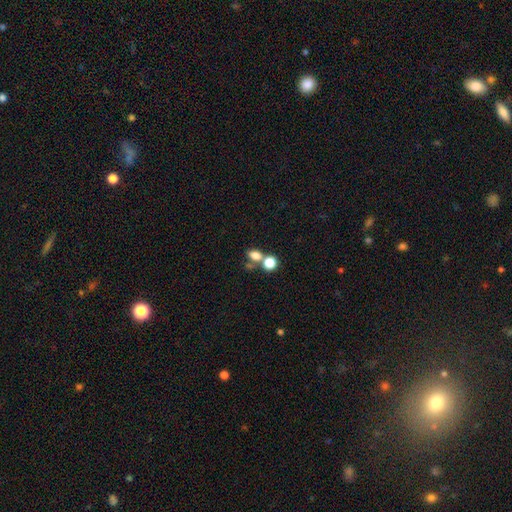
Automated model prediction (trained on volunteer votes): Q: Smooth or featured?
A: smooth (77%); runner-up: star or artifact (14%)
Q: How rounded?
A: in between (63%); runner-up: round (35%)
Q: Merging?
A: none (45%); runner-up: merger (41%)